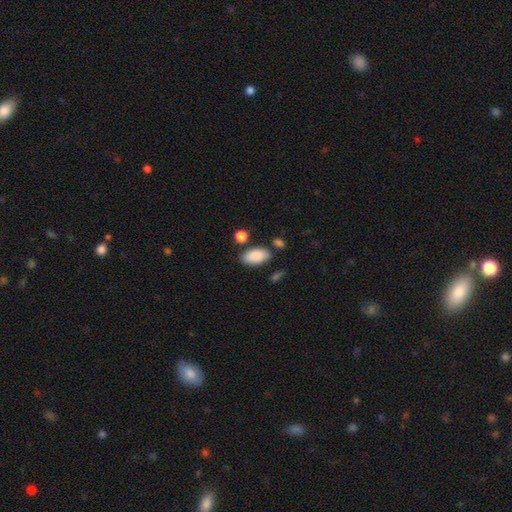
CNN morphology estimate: A smooth galaxy with no disk features (89%) that is in between round and cigar-shaped (94%).

Vote fractions:
- Smooth or featured? smooth: 89% / star or artifact: 7% / featured or disk: 5%
- How rounded? in between: 94% / round: 4% / cigar-shaped: 2%
- Merging? none: 77% / minor disturbance: 14% / merger: 6% / major disturbance: 4%